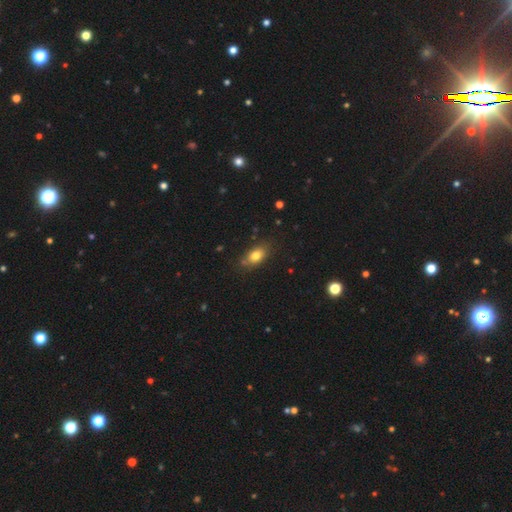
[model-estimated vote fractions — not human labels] smooth 79%, featured or disk 11%, star or artifact 9%. Down the decision tree: how rounded — in between (82%); merging — none (76%).